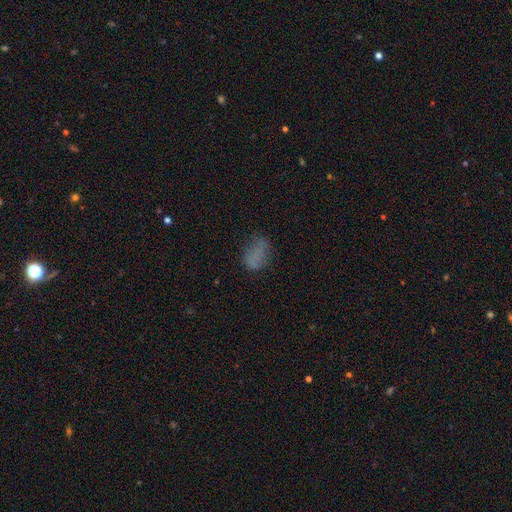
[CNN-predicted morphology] A smooth galaxy with no disk features (66%) that is in between round and cigar-shaped (82%). Merging: none (54%).